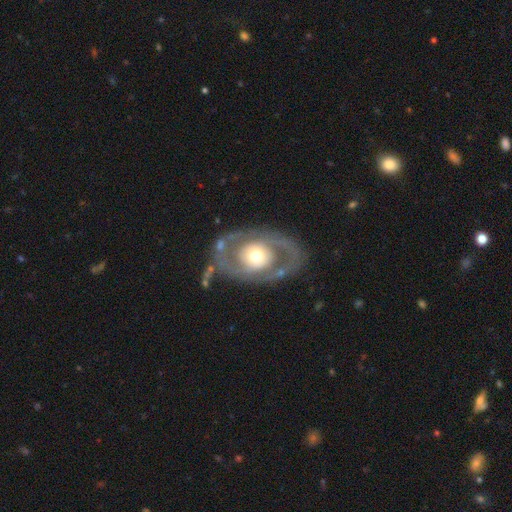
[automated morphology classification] featured or disk 73%, smooth 23%, star or artifact 5%. Down the decision tree: edge-on disk — no (93%); bar — no (77%); spiral arms — no (55%); bulge size — moderate (60%); merging — none (74%).